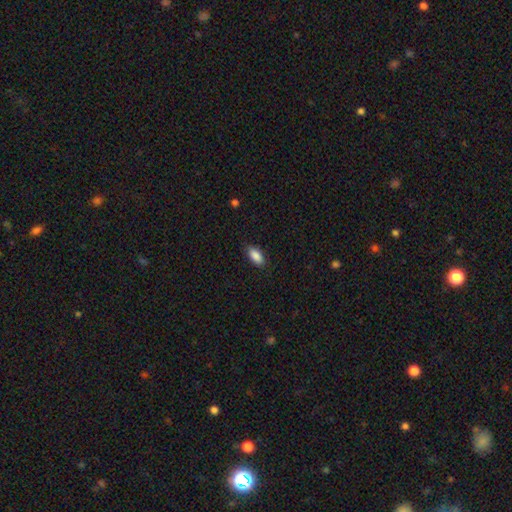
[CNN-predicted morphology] Smooth or featured? Predicted: smooth (p=0.89). How rounded? Predicted: in between (p=0.90). Merging? Predicted: none (p=0.86).